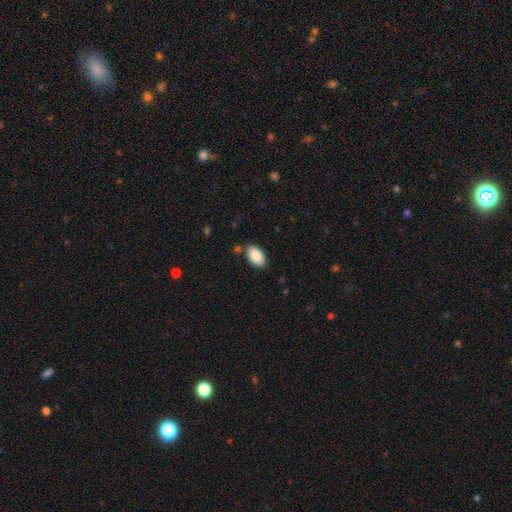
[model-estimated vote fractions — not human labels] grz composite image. It shows a smooth galaxy with no disk features (88%) that is in between round and cigar-shaped (95%). Merging: none (84%).